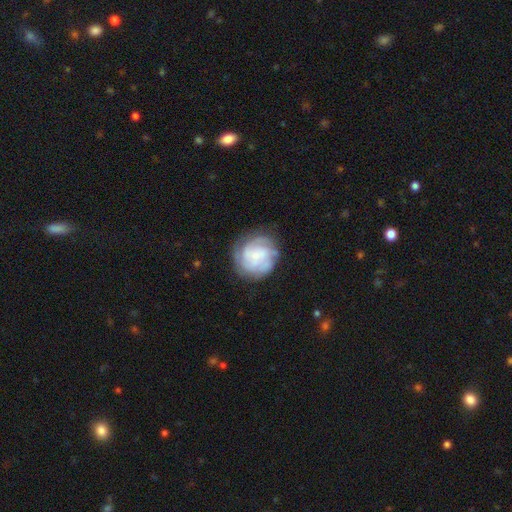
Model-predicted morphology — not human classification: Smooth or featured?
  - featured or disk: 67% *
  - smooth: 26%
  - star or artifact: 7%
Edge-on disk?
  - no: 98% *
  - yes: 2%
Bar?
  - no: 74% *
  - weak: 22%
  - strong: 4%
Spiral arms?
  - yes: 84% *
  - no: 16%
Spiral winding?
  - tight: 60% *
  - medium: 30%
  - loose: 10%
Spiral arm count?
  - can't tell: 39% *
  - 3: 23%
  - 2: 14%
  - 4: 13%
  - 1: 5%
  - more than 4: 5%
Bulge size?
  - small: 72% *
  - moderate: 18%
  - none: 6%
  - large: 2%
  - dominant: 1%
Merging?
  - none: 71% *
  - minor disturbance: 18%
  - major disturbance: 9%
  - merger: 3%